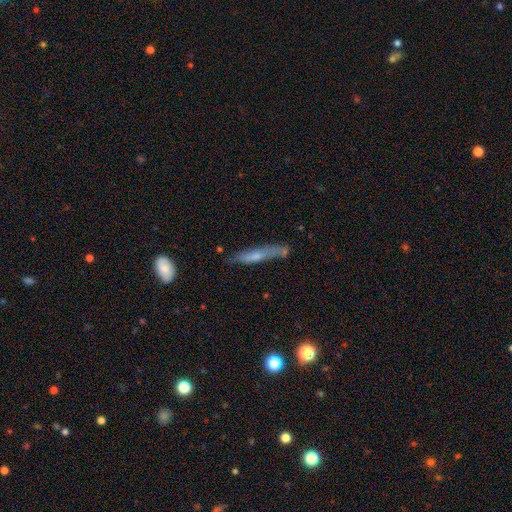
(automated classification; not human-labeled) This appears to be a smooth galaxy with no disk features (53%) that is cigar-shaped (91%). Merging: none (64%).